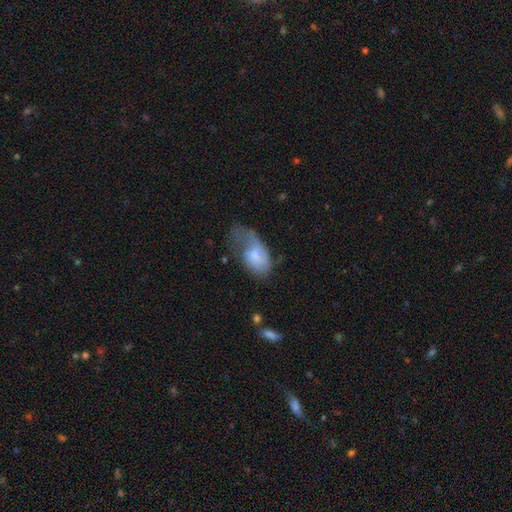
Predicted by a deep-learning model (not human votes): A smooth galaxy with no disk features (58%) that is in between round and cigar-shaped (91%). Merging: major disturbance (51%).